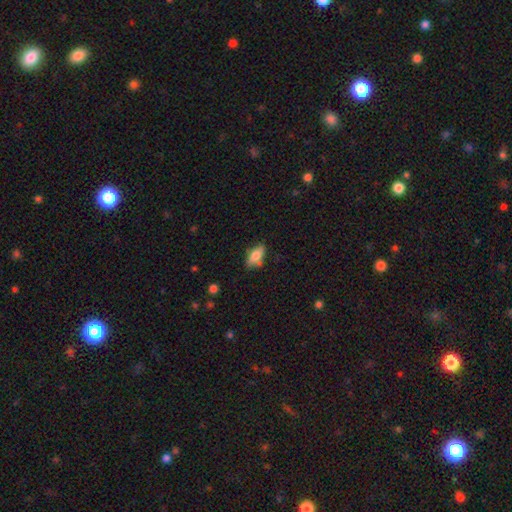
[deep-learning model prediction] smooth-or-featured: smooth: 76% | featured or disk: 17% | star or artifact: 8%
  how-rounded: in between: 87% | cigar-shaped: 9% | round: 4%
  merging: none: 70% | minor disturbance: 21% | merger: 5% | major disturbance: 4%